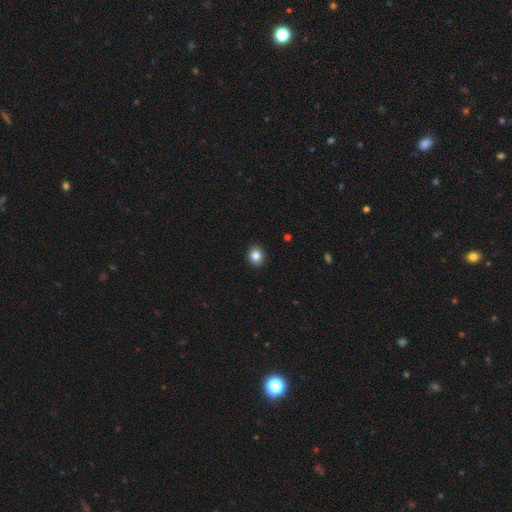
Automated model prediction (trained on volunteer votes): Q: Smooth or featured?
A: smooth (84%); runner-up: star or artifact (10%)
Q: How rounded?
A: round (78%); runner-up: in between (21%)
Q: Merging?
A: none (92%); runner-up: minor disturbance (5%)